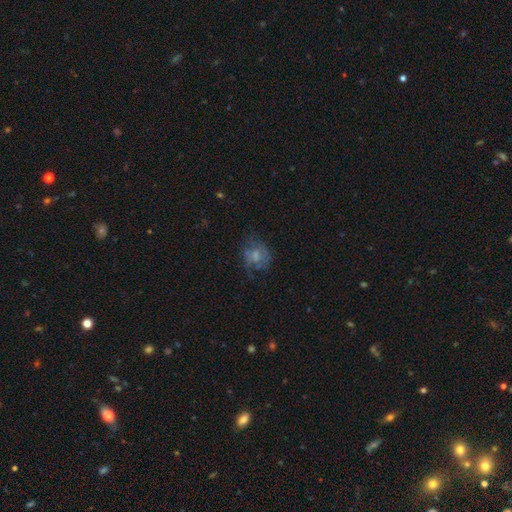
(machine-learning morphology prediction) This appears to be a smooth galaxy with no disk features (53%) that is round (59%). Merging: none (50%).